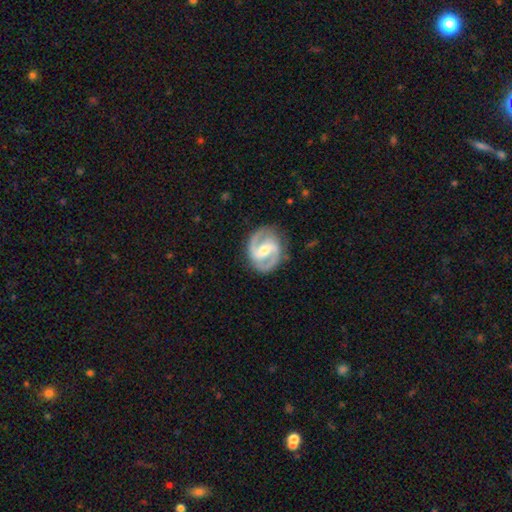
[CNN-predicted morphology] A featured or disk galaxy (90%) with a strong bar (42%, tied with weak), 2 (93%) medium (53%) spiral arms (97%) and a moderate central bulge (61%). Merging: none (85%).